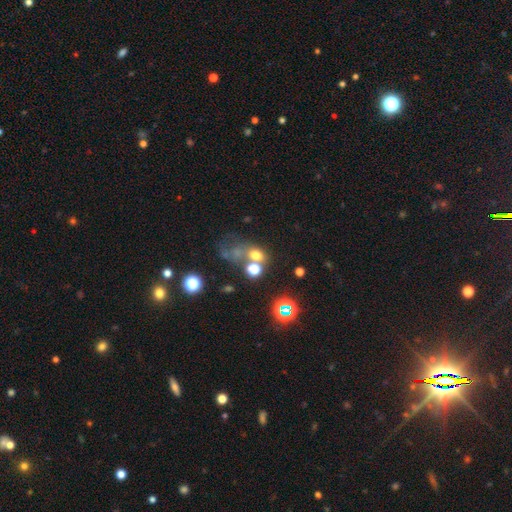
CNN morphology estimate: type=smooth (59%); roundness=round (54%); merging=none (40%).